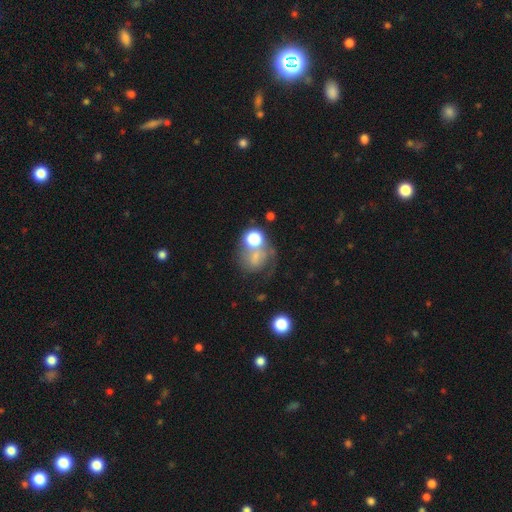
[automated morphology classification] Smooth or featured? smooth (49%)
Merging? none (33%)